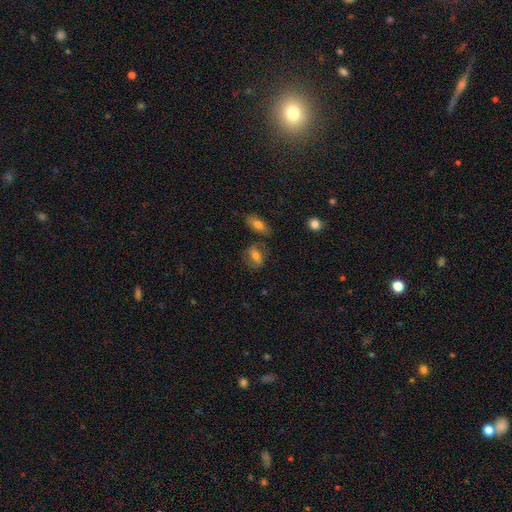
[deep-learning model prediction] Q: Smooth or featured?
A: smooth (62%); runner-up: featured or disk (28%)
Q: How rounded?
A: in between (72%); runner-up: round (22%)
Q: Merging?
A: none (66%); runner-up: minor disturbance (17%)